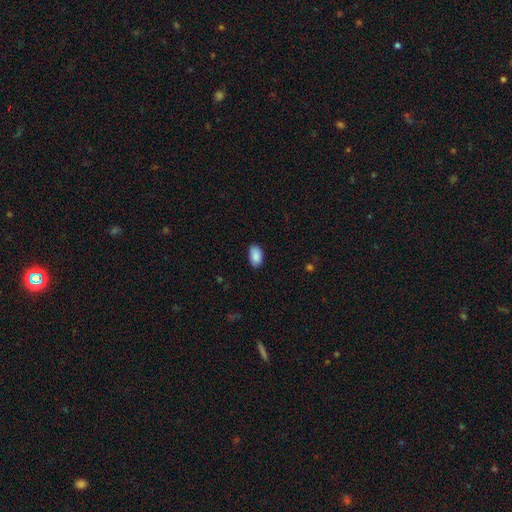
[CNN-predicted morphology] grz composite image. It shows a smooth galaxy with no disk features (89%) that is in between round and cigar-shaped (93%). Merging: none (84%).